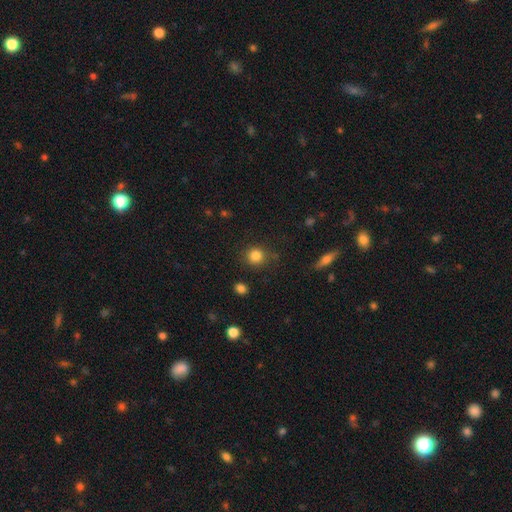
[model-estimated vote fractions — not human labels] A smooth galaxy with no disk features (84%) that is round (90%). Merging: none (84%).